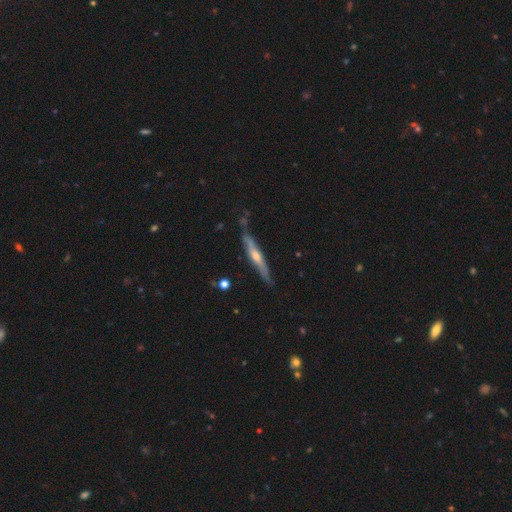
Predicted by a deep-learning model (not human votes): featured or disk 67%, smooth 27%, star or artifact 6%. Down the decision tree: edge-on disk — yes (92%); edge-on bulge — rounded (74%); merging — none (77%).